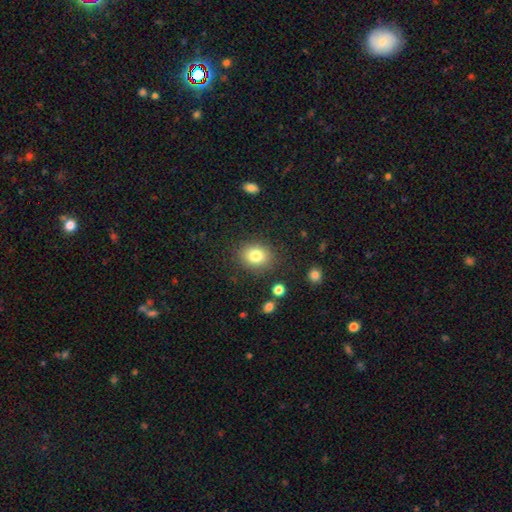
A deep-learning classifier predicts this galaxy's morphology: type=smooth (81%); roundness=round (57%); merging=none (85%).